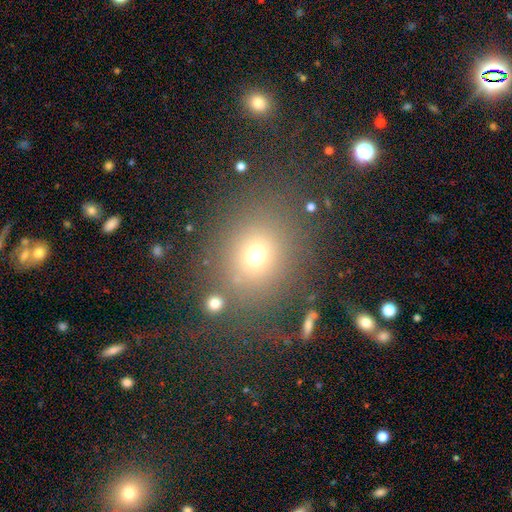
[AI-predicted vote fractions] This appears to be a smooth galaxy with no disk features (68%) that is round (69%). Merging: none (78%).